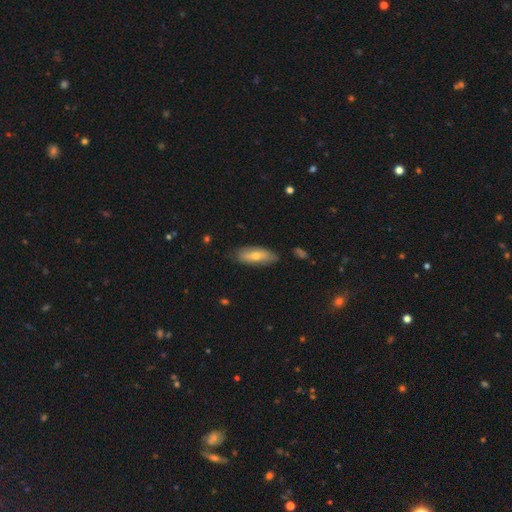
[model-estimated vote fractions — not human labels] A smooth galaxy with no disk features (58%) that is in between round and cigar-shaped (66%). Merging: none (81%).